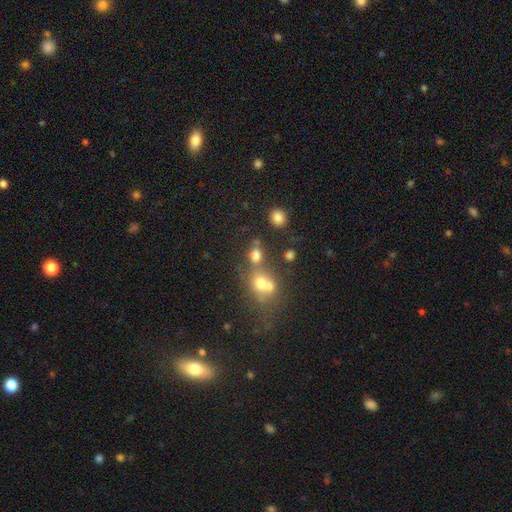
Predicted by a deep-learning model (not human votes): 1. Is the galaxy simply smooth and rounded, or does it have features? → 69% smooth, 18% star or artifact, 13% featured or disk.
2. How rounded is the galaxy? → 61% round, 37% in between, 2% cigar-shaped.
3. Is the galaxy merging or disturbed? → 44% none, 40% merger, 10% minor disturbance, 6% major disturbance.